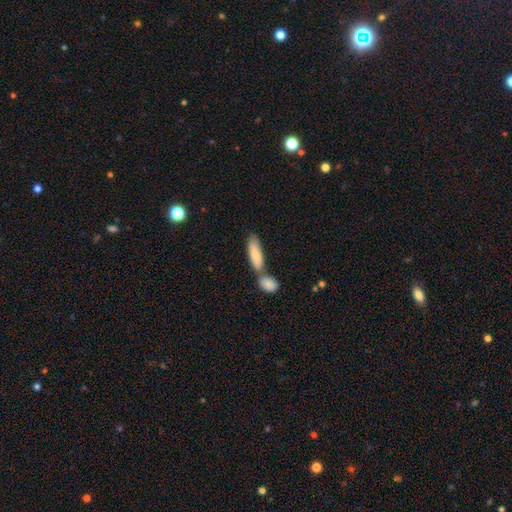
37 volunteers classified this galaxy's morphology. Smooth or featured: smooth — 84% (featured or disk — 14%)
How rounded: cigar-shaped — 55% (in between — 45%)
Merging: merger — 75% (none — 19%)